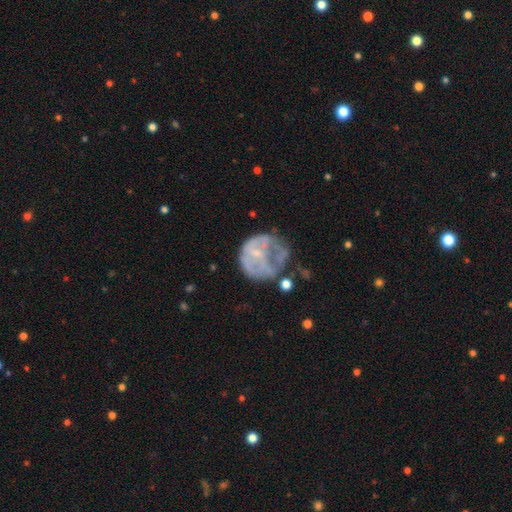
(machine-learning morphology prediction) smooth_or_featured: featured or disk (p=0.56) [alt: smooth p=0.33]
disk_edge_on: no (p=0.98) [alt: yes p=0.02]
bar: no (p=0.76) [alt: weak p=0.19]
has_spiral_arms: no (p=0.77) [alt: yes p=0.23]
bulge_size: small (p=0.48) [alt: none p=0.36]
merging: major disturbance (p=0.37) [alt: none p=0.32]